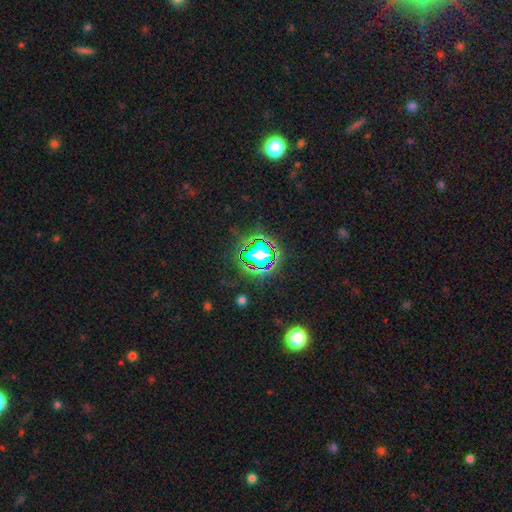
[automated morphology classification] Q: Smooth or featured?
A: star or artifact (76%); runner-up: smooth (16%)